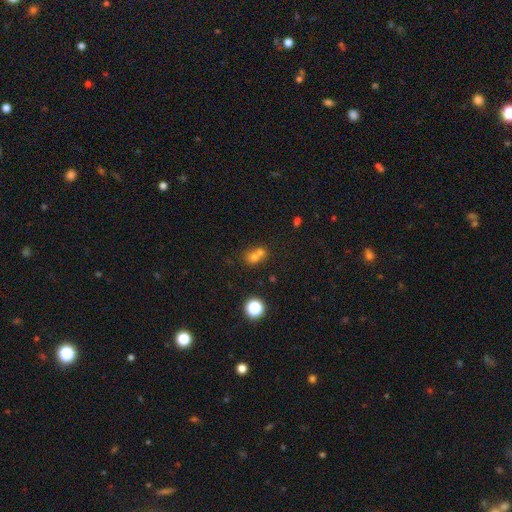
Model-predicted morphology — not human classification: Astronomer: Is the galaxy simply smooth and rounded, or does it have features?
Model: smooth — 67%.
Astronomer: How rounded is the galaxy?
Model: round — 68%.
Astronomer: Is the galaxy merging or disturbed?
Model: merger — 61%.